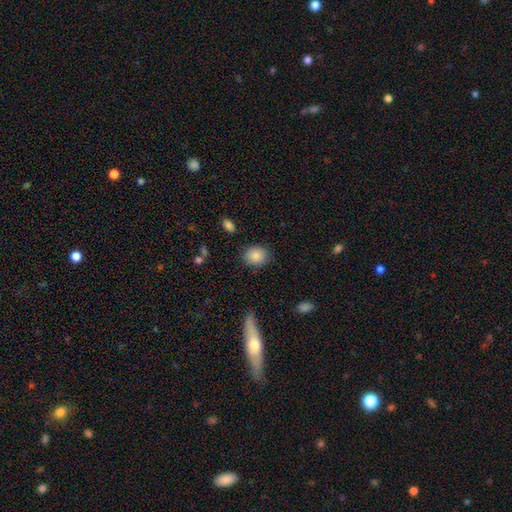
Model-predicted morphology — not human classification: The model was most divided on "how rounded": round: 55%, in between: 44%, cigar-shaped: 1%. More confident: smooth or featured — smooth (87%); merging — none (84%).